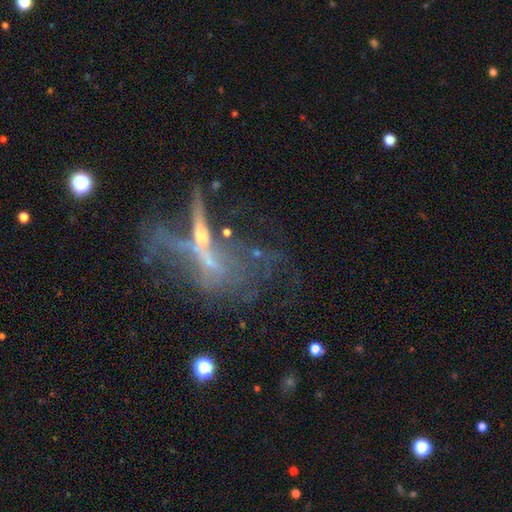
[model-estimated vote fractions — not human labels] This appears to be a featured or disk galaxy (65%). Merging: major disturbance (32%).